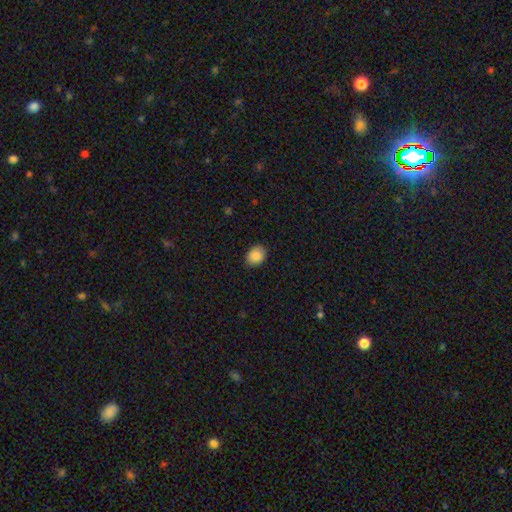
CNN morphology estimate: Smooth or featured: smooth — 88% (star or artifact — 8%)
How rounded: in between — 64% (round — 35%)
Merging: none — 88% (minor disturbance — 9%)